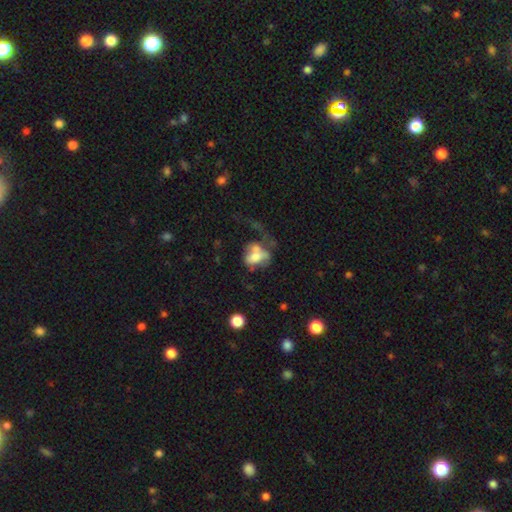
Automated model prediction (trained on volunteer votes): smooth-or-featured: smooth: 50% | featured or disk: 39% | star or artifact: 11%
  merging: major disturbance: 40% | merger: 27% | none: 19% | minor disturbance: 14%